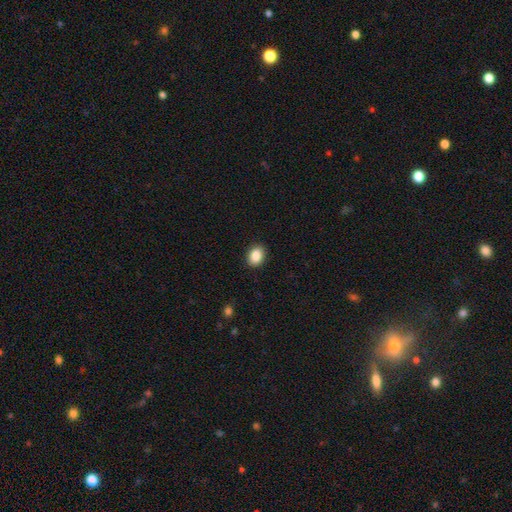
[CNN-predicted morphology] This appears to be a smooth galaxy with no disk features (88%) that is in between round and cigar-shaped (65%). Merging: none (90%).